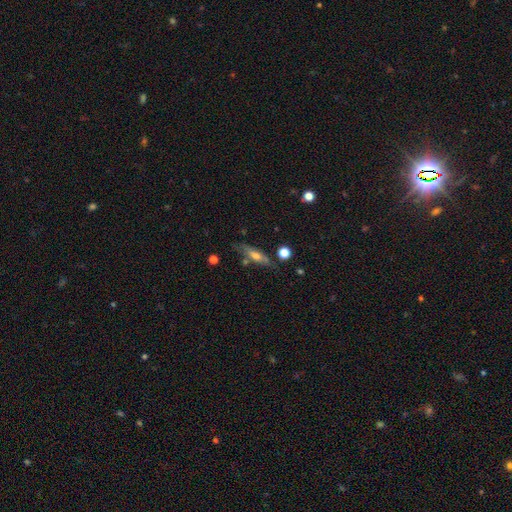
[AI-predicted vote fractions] This is possibly a smooth galaxy (47%). Merging: likely none (68%).